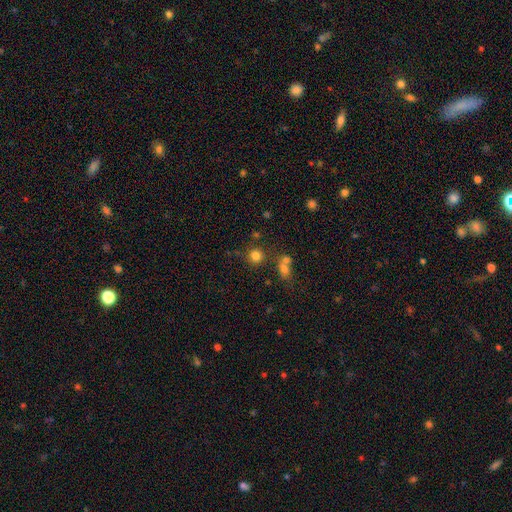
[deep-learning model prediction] Morphology: type=smooth (78%); roundness=round (91%); merging=none (74%).